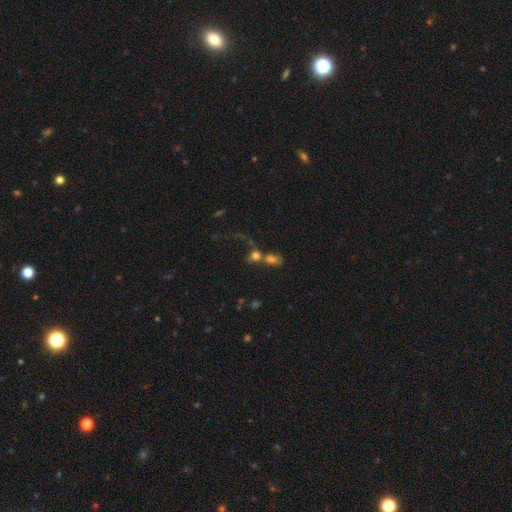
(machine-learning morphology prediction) smooth 67%, featured or disk 18%, star or artifact 16%. Down the decision tree: how rounded — round (55%); merging — merger (65%).